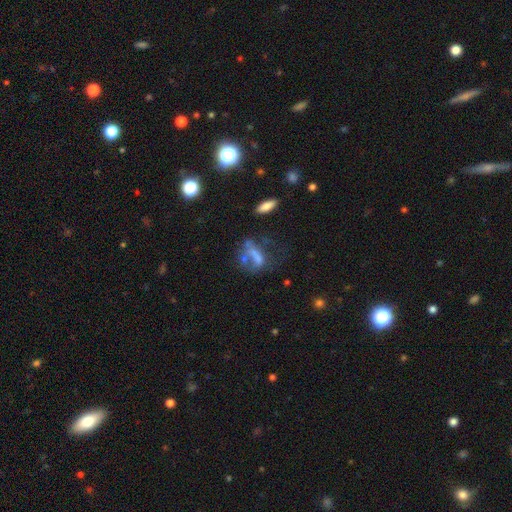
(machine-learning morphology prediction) A smooth galaxy with no disk features (45%). Merging: major disturbance (36%).